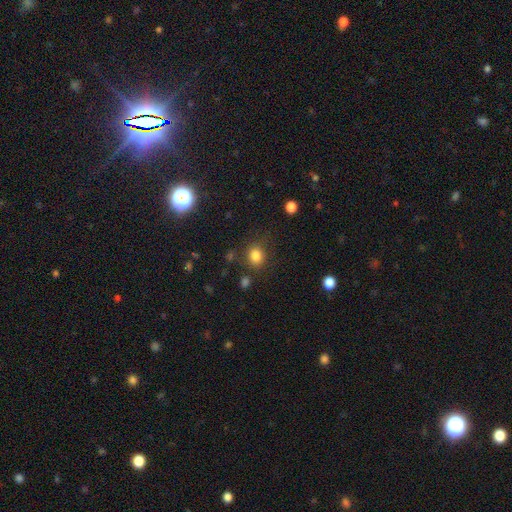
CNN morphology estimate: smooth 82%, star or artifact 13%, featured or disk 6%. Down the decision tree: how rounded — round (70%); merging — none (80%).